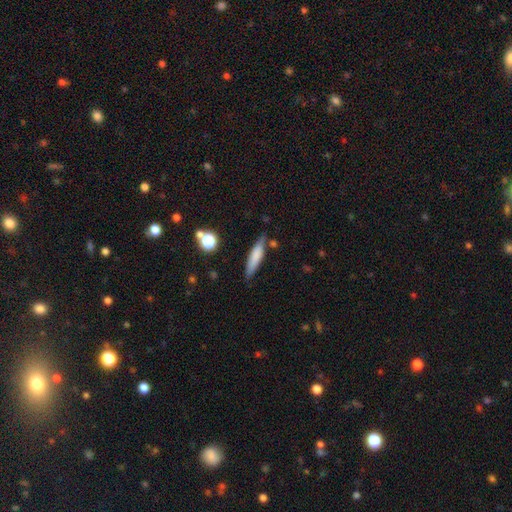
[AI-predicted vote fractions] smooth-or-featured: smooth: 73% | featured or disk: 20% | star or artifact: 7%
  how-rounded: cigar-shaped: 77% | in between: 21% | round: 2%
  merging: none: 76% | minor disturbance: 16% | merger: 5% | major disturbance: 4%